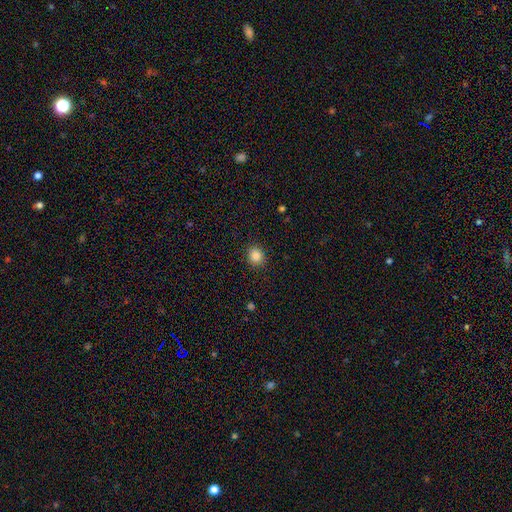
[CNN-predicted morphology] This appears to be a smooth galaxy with no disk features (85%) that is round (82%). Merging: none (90%).